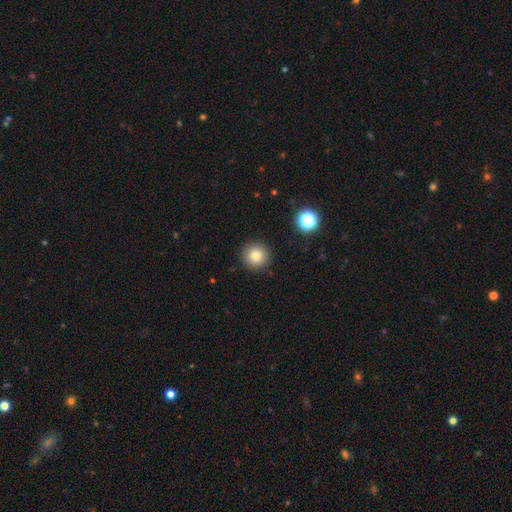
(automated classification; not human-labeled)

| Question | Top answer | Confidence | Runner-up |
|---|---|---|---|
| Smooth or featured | smooth | 82% | star or artifact (12%) |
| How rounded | round | 95% | in between (4%) |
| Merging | none | 91% | minor disturbance (5%) |